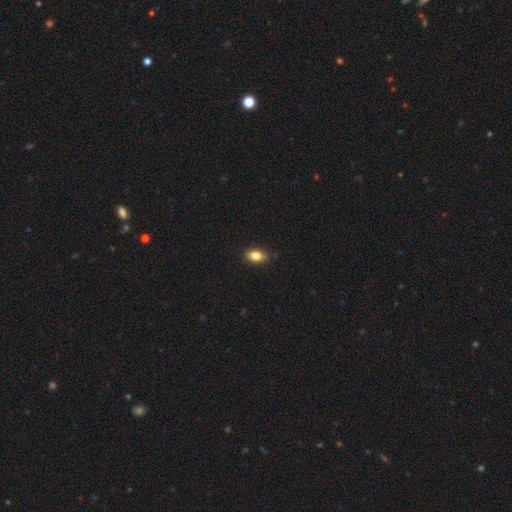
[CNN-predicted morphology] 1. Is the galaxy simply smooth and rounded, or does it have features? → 84% smooth, 9% star or artifact, 8% featured or disk.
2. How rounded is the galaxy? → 85% in between, 12% round, 3% cigar-shaped.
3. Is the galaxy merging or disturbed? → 86% none, 11% minor disturbance, 2% major disturbance, 1% merger.